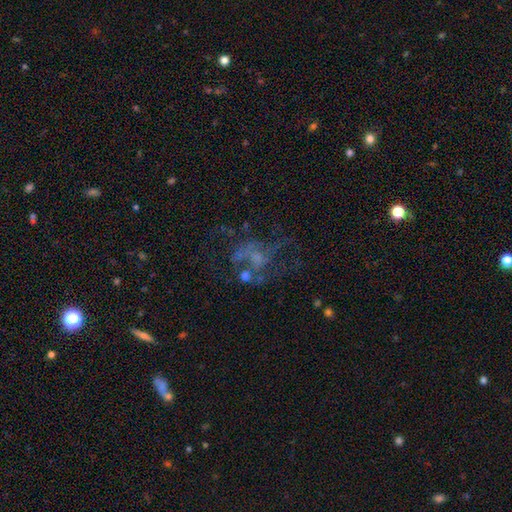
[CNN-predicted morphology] Smooth or featured?
  - featured or disk: 60% *
  - star or artifact: 21%
  - smooth: 19%
Edge-on disk?
  - no: 98% *
  - yes: 2%
Bar?
  - no: 80% *
  - weak: 17%
  - strong: 3%
Spiral arms?
  - no: 63% *
  - yes: 37%
Bulge size?
  - none: 45% *
  - small: 29%
  - moderate: 22%
  - large: 3%
  - dominant: 1%
Merging?
  - none: 39% *
  - major disturbance: 35%
  - minor disturbance: 15%
  - merger: 11%